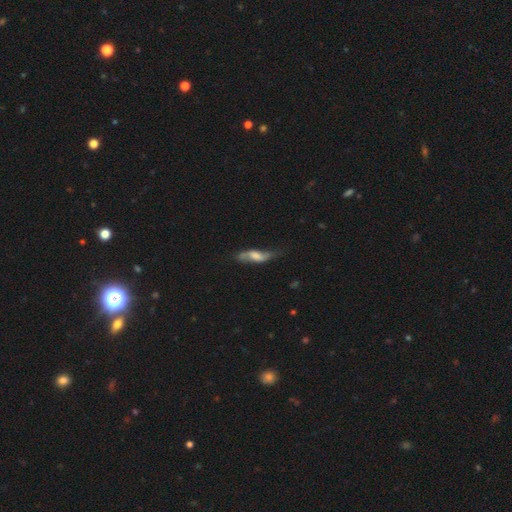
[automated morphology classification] smooth-or-featured: featured or disk: 54% | smooth: 39% | star or artifact: 7%
  disk-edge-on: no: 67% | yes: 33%
  merging: none: 54% | minor disturbance: 29% | major disturbance: 13% | merger: 4%